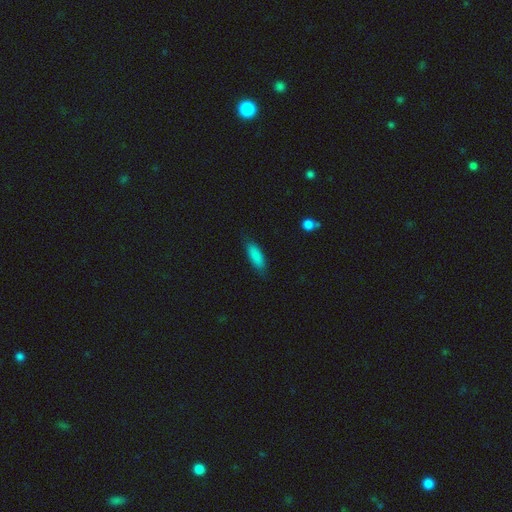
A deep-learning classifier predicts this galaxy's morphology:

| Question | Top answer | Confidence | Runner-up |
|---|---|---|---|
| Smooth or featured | smooth | 86% | featured or disk (7%) |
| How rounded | in between | 58% | cigar-shaped (40%) |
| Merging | none | 81% | minor disturbance (14%) |